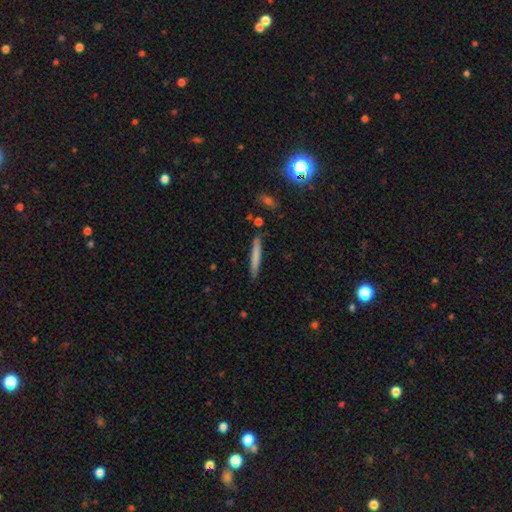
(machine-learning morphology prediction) A smooth galaxy with no disk features (69%) that is cigar-shaped (96%).

Vote fractions:
- Smooth or featured? smooth: 69% / featured or disk: 24% / star or artifact: 7%
- How rounded? cigar-shaped: 96% / in between: 3% / round: 1%
- Merging? none: 86% / minor disturbance: 10% / merger: 3% / major disturbance: 2%